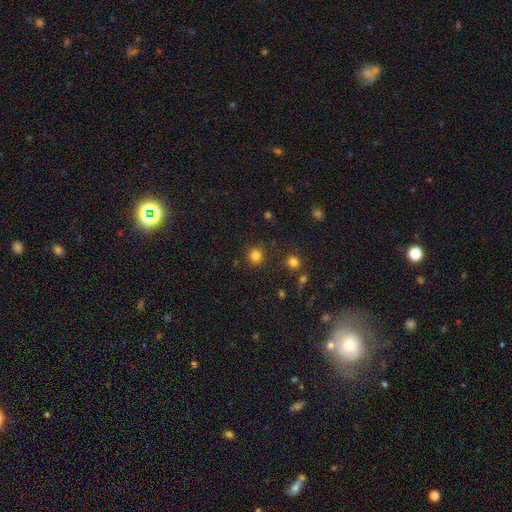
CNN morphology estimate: Smooth or featured?
  - smooth: 82% *
  - star or artifact: 14%
  - featured or disk: 4%
How rounded?
  - round: 92% *
  - in between: 7%
  - cigar-shaped: 1%
Merging?
  - none: 86% *
  - minor disturbance: 8%
  - merger: 3%
  - major disturbance: 3%